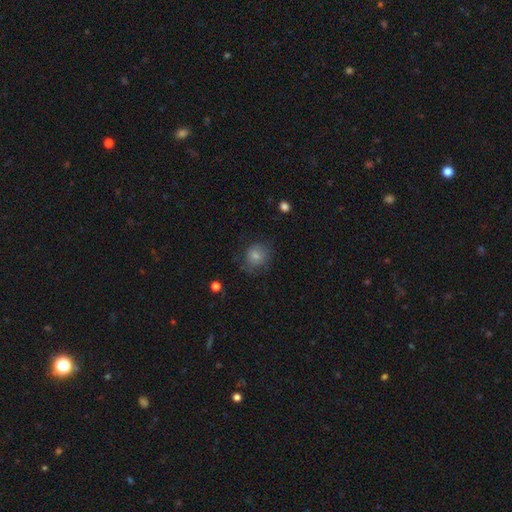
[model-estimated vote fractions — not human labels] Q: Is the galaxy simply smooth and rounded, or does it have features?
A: smooth — 75%.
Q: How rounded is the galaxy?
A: round — 68%.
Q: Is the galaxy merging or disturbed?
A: none — 64%.